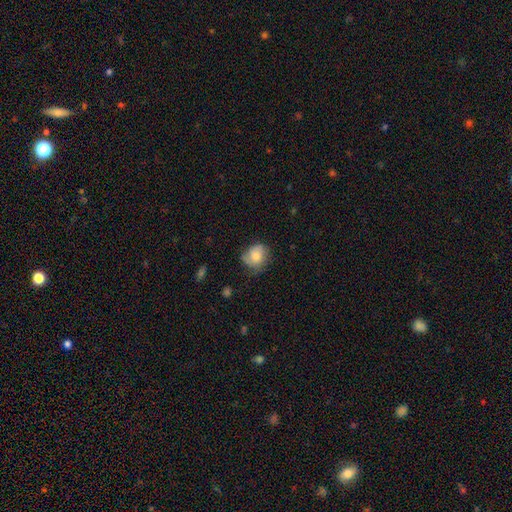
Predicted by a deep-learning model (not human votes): The model was most divided on "merging": none: 55%, minor disturbance: 32%, major disturbance: 12%, merger: 2%. More confident: how rounded — round (67%); smooth or featured — smooth (65%).